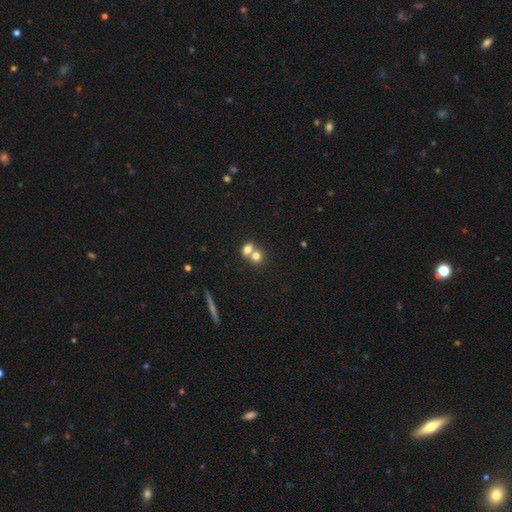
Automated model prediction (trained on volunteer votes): smooth-or-featured: smooth: 75% | featured or disk: 14% | star or artifact: 11%
  how-rounded: round: 60% | in between: 38% | cigar-shaped: 2%
  merging: merger: 61% | none: 30% | minor disturbance: 6% | major disturbance: 3%